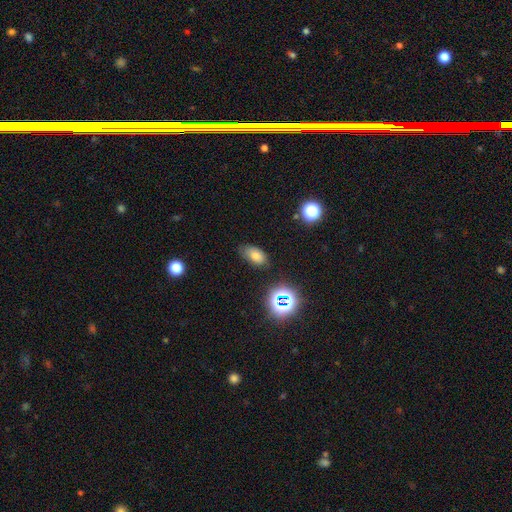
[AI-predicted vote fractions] Q: Smooth or featured?
A: smooth (74%); runner-up: star or artifact (17%)
Q: How rounded?
A: in between (89%); runner-up: round (8%)
Q: Merging?
A: none (76%); runner-up: minor disturbance (18%)